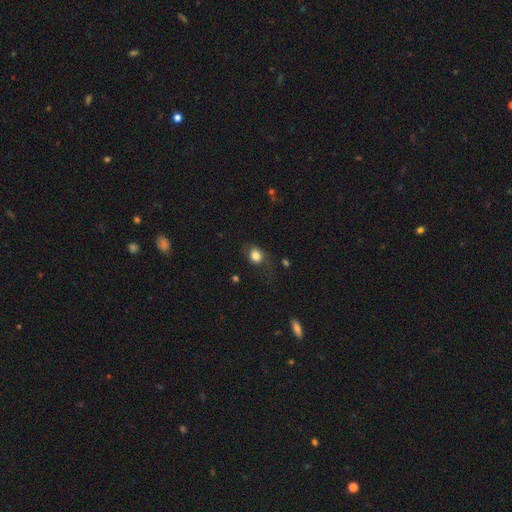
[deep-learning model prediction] Q: Smooth or featured?
A: smooth (79%); runner-up: featured or disk (11%)
Q: How rounded?
A: round (60%); runner-up: in between (39%)
Q: Merging?
A: none (56%); runner-up: minor disturbance (23%)